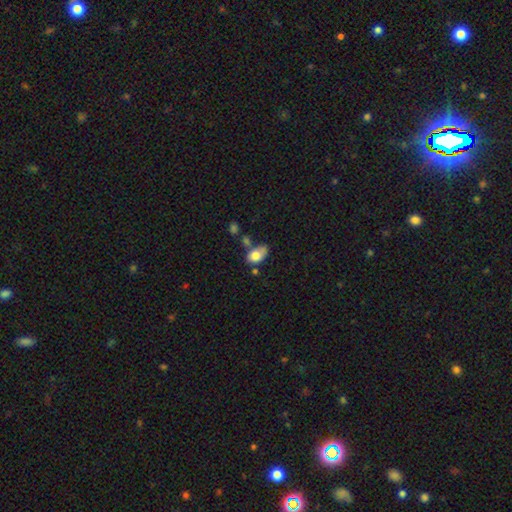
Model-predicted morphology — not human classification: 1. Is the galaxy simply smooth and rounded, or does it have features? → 76% smooth, 16% featured or disk, 8% star or artifact.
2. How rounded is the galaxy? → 85% in between, 13% round, 2% cigar-shaped.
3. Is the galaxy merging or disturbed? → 38% none, 27% minor disturbance, 23% merger, 12% major disturbance.